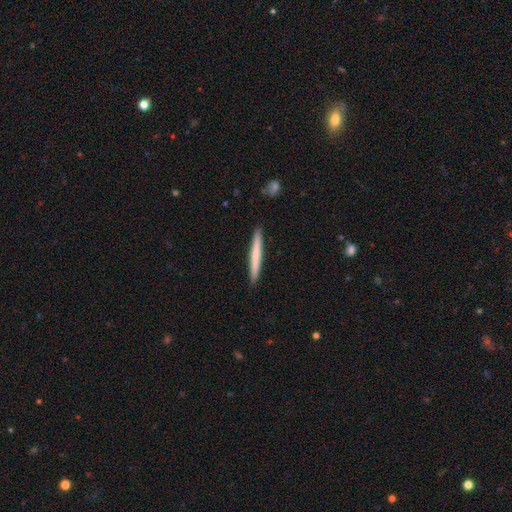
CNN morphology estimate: A smooth galaxy with no disk features (65%) that is cigar-shaped (97%). Merging: none (92%).